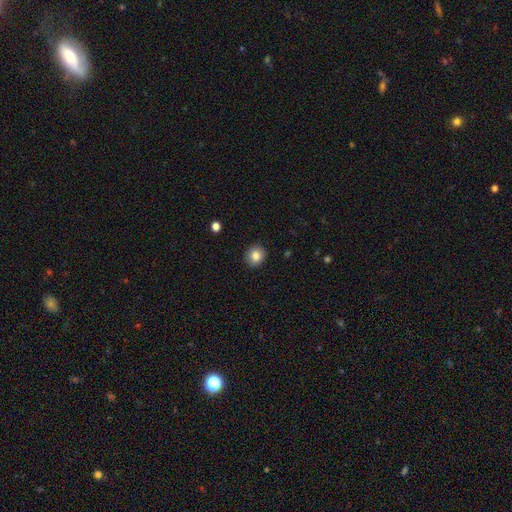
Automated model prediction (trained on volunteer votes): This appears to be a smooth galaxy with no disk features (85%) that is round (84%). Merging: none (90%).